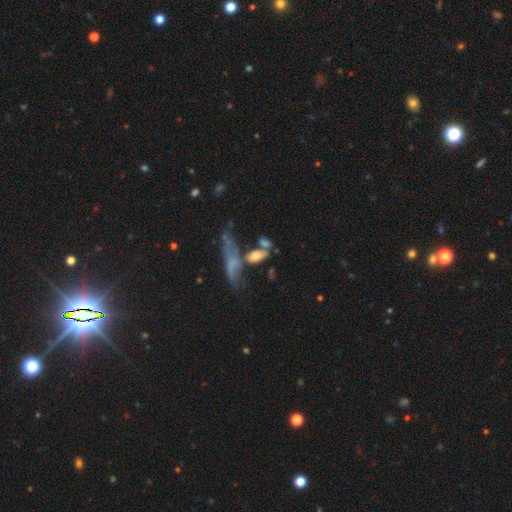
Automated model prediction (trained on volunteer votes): Smooth or featured? Predicted: smooth (p=0.59). How rounded? Predicted: in between (p=0.73). Merging? Predicted: merger (p=0.37).